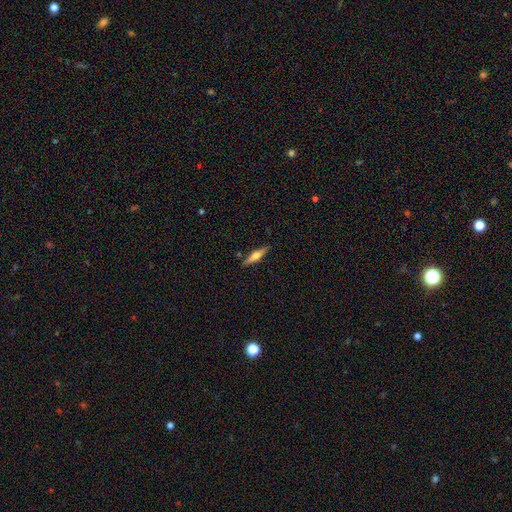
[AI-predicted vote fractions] This is likely a featured or disk galaxy (61%). It is clearly viewed edge-on (97%). Edge-on bulge: clearly rounded (91%). Merging: clearly none (88%).